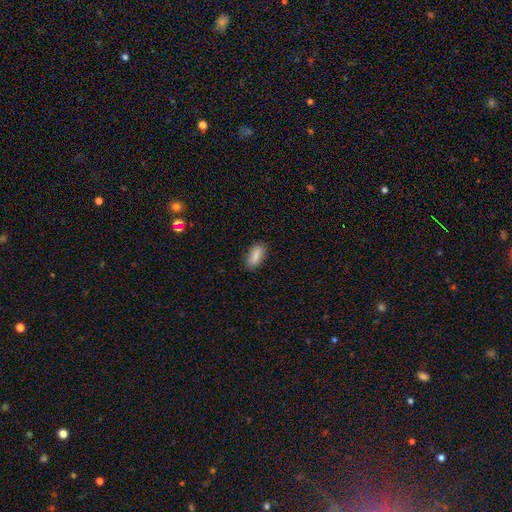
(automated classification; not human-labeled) The model was most divided on "how rounded": in between: 85%, cigar-shaped: 13%, round: 3%. More confident: merging — none (86%); smooth or featured — smooth (85%).